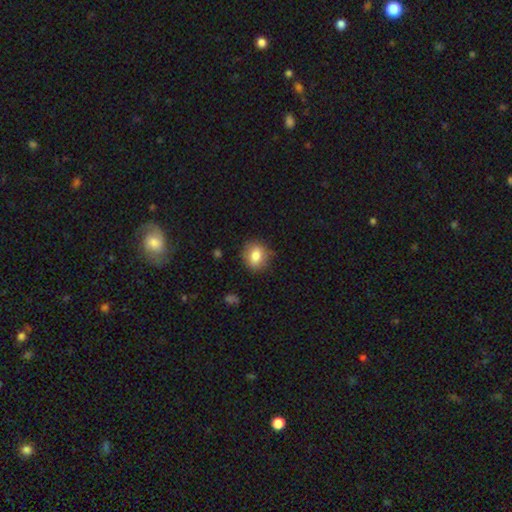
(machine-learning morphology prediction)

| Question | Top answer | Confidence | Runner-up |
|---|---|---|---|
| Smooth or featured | smooth | 79% | featured or disk (12%) |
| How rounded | round | 65% | in between (33%) |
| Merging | none | 80% | minor disturbance (15%) |